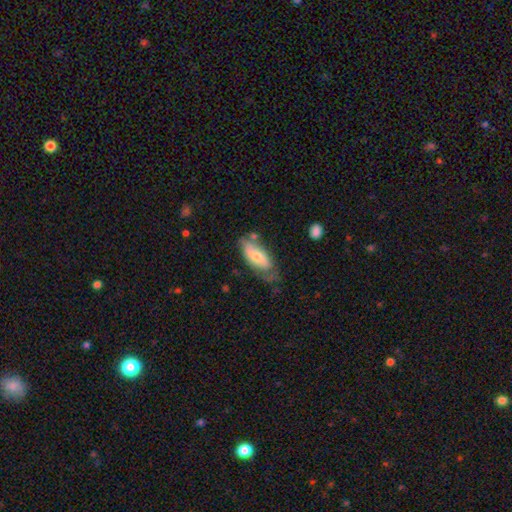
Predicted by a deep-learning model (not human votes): Smooth or featured? smooth (61%)
How rounded? in between (83%)
Merging? none (48%)